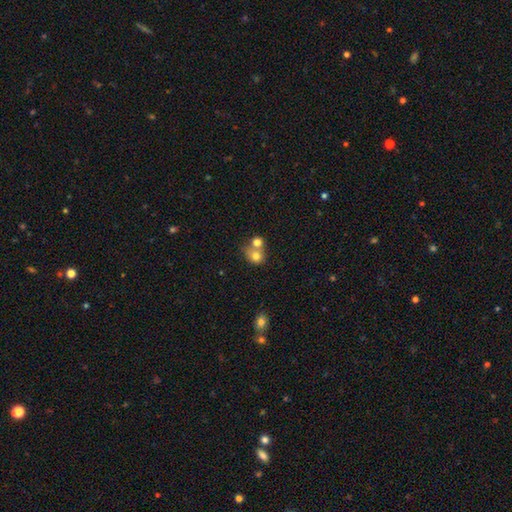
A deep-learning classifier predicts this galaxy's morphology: Smooth or featured: smooth — 75% (featured or disk — 14%)
How rounded: round — 70% (in between — 29%)
Merging: merger — 54% (none — 34%)